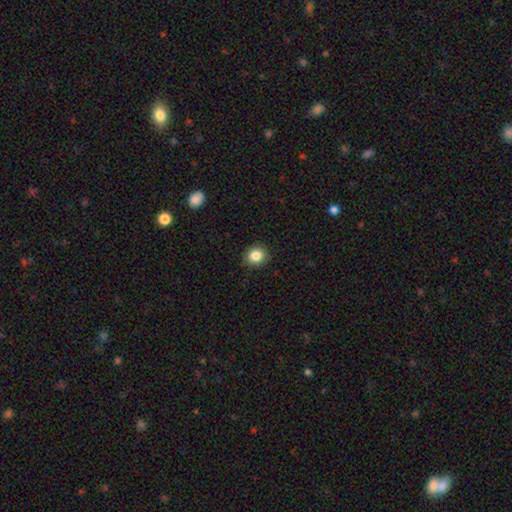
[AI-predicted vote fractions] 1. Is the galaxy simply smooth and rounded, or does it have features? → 85% smooth, 10% star or artifact, 5% featured or disk.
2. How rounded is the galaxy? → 81% round, 18% in between, 1% cigar-shaped.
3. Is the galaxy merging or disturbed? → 89% none, 8% minor disturbance, 2% major disturbance, 1% merger.